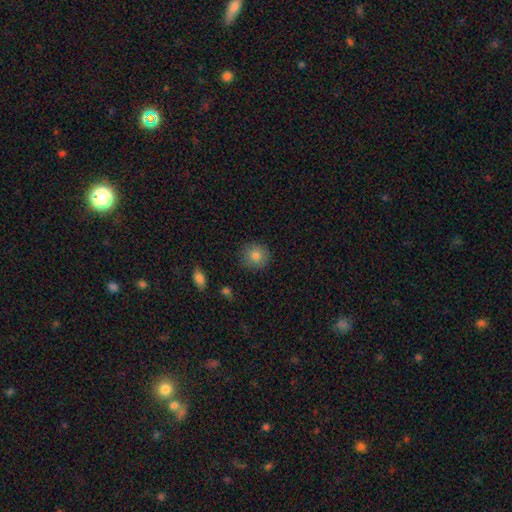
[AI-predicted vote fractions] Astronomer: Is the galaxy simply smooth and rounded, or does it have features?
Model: smooth — 81%.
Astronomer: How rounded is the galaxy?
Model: round — 91%.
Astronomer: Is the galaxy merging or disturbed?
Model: none — 88%.